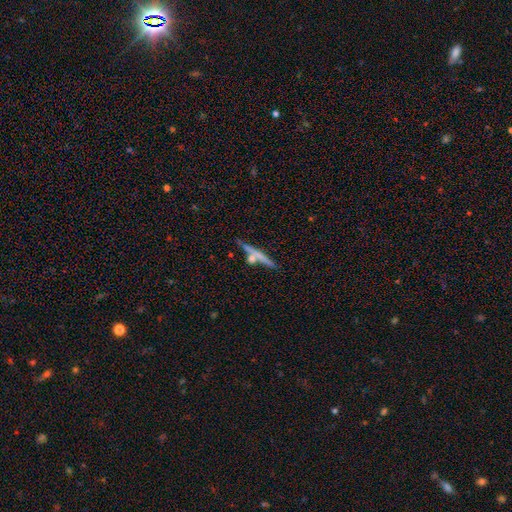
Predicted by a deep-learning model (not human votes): smooth-or-featured: smooth: 49% | featured or disk: 42% | star or artifact: 9%
  merging: none: 59% | merger: 26% | minor disturbance: 11% | major disturbance: 5%